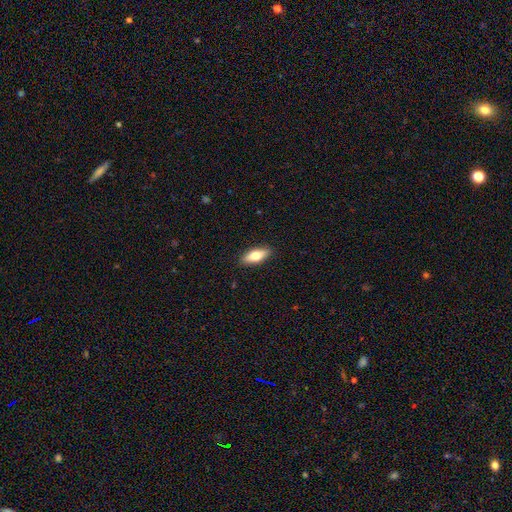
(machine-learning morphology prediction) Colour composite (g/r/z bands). It shows a smooth galaxy with no disk features (72%) that is in between round and cigar-shaped (72%). Merging: none (89%).